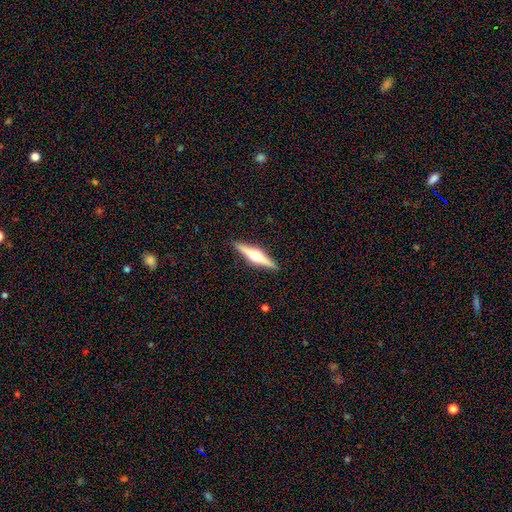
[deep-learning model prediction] The model was most divided on "smooth or featured": featured or disk: 73%, smooth: 22%, star or artifact: 5%. More confident: edge-on disk — yes (98%); edge-on bulge — rounded (95%); merging — none (91%).